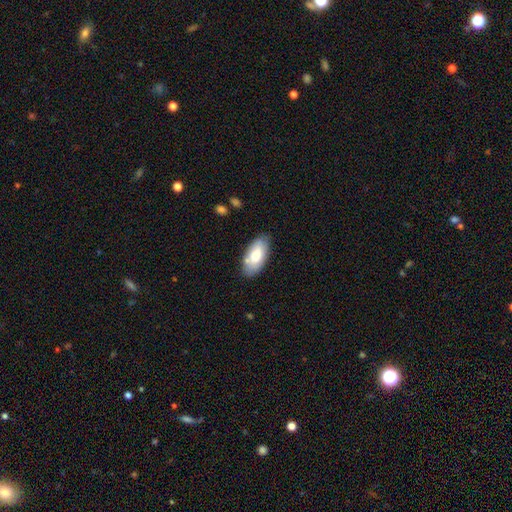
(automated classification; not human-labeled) A smooth galaxy with no disk features (75%) that is in between round and cigar-shaped (92%).

Vote fractions:
- Smooth or featured? smooth: 75% / featured or disk: 19% / star or artifact: 6%
- How rounded? in between: 92% / cigar-shaped: 6% / round: 2%
- Merging? none: 75% / minor disturbance: 17% / merger: 4% / major disturbance: 4%